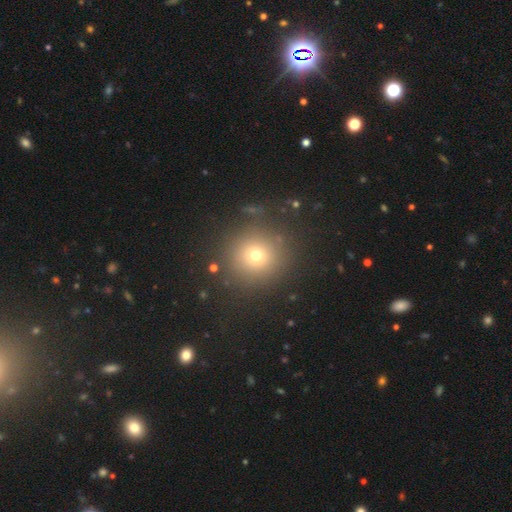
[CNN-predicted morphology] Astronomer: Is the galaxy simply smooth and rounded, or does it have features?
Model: smooth — 69%.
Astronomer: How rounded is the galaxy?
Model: round — 94%.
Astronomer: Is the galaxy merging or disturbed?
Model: none — 85%.